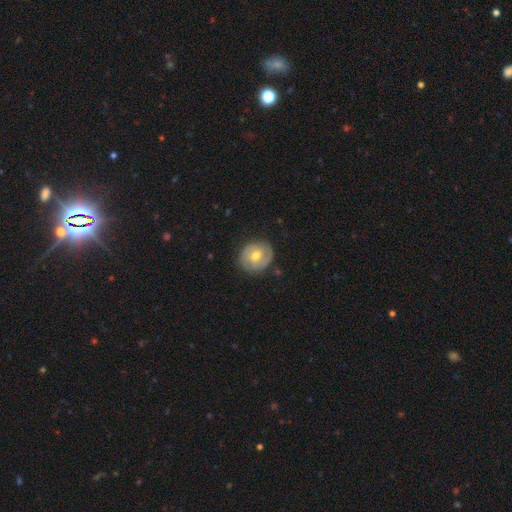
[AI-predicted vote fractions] smooth_or_featured: featured or disk (p=0.58) [alt: smooth p=0.35]
disk_edge_on: no (p=0.97) [alt: yes p=0.03]
bar: no (p=0.54) [alt: weak p=0.38]
has_spiral_arms: yes (p=0.77) [alt: no p=0.23]
bulge_size: moderate (p=0.71) [alt: small p=0.25]
merging: none (p=0.80) [alt: minor disturbance p=0.15]